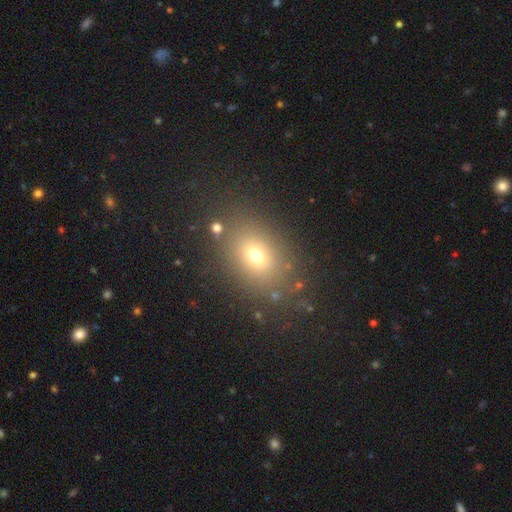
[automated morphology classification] Smooth or featured?
  - smooth: 67% *
  - star or artifact: 20%
  - featured or disk: 13%
How rounded?
  - in between: 65% *
  - round: 34%
  - cigar-shaped: 2%
Merging?
  - none: 82% *
  - minor disturbance: 10%
  - major disturbance: 5%
  - merger: 3%